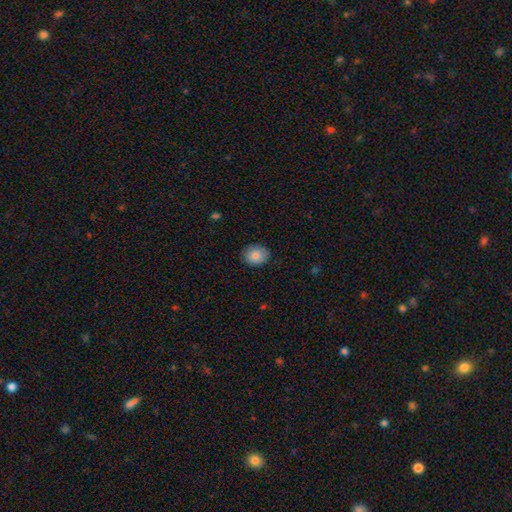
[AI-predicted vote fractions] Smooth or featured? smooth (80%)
How rounded? round (58%)
Merging? none (85%)